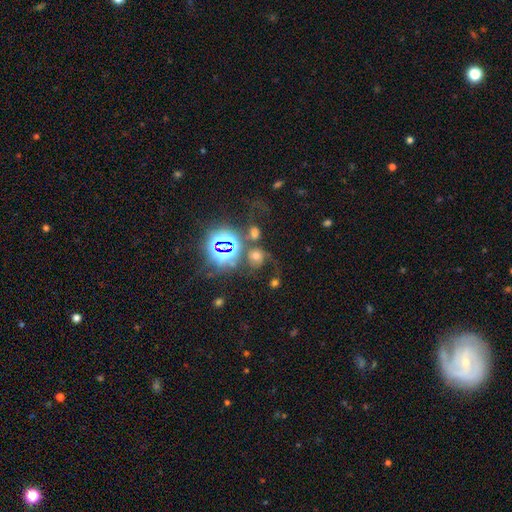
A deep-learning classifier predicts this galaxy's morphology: Smooth or featured? smooth (40%)
Merging? none (45%)